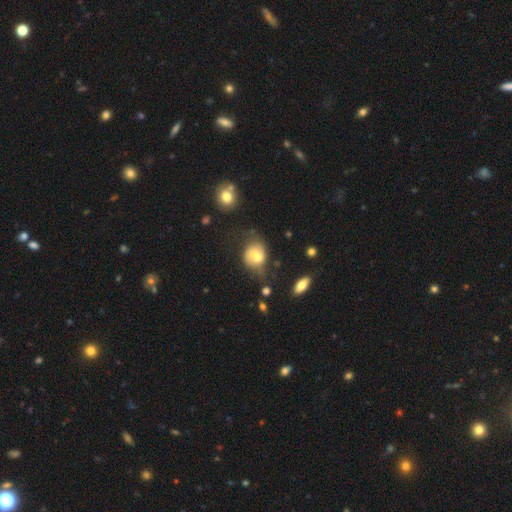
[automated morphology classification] type=smooth (54%); roundness=in between (51%); merging=none (37%).